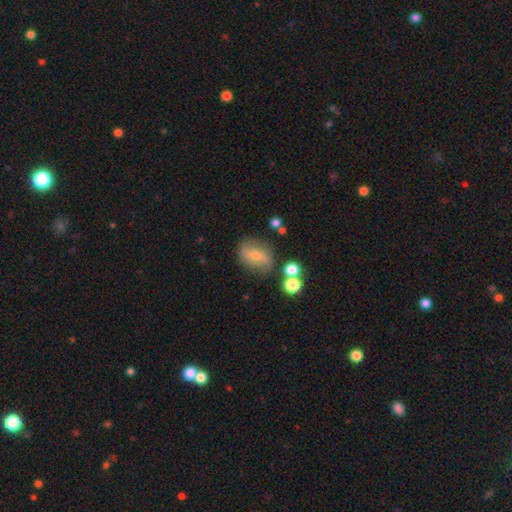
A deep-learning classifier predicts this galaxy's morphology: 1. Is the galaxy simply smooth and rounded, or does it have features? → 49% smooth, 38% featured or disk, 13% star or artifact.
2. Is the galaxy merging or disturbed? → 74% none, 15% minor disturbance, 6% merger, 5% major disturbance.